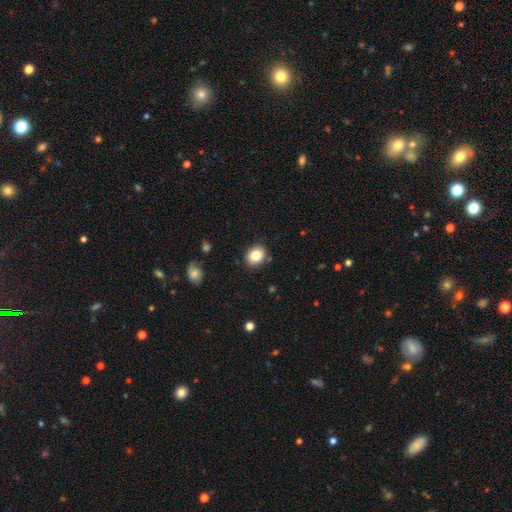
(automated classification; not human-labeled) smooth-or-featured: smooth: 83% | star or artifact: 9% | featured or disk: 7%
  how-rounded: round: 53% | in between: 46% | cigar-shaped: 1%
  merging: none: 87% | minor disturbance: 9% | major disturbance: 2% | merger: 2%